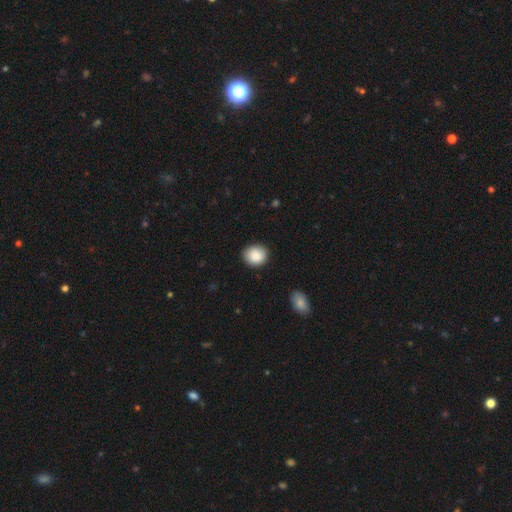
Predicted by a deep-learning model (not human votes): Smooth or featured? Predicted: smooth (p=0.88). How rounded? Predicted: round (p=0.70). Merging? Predicted: none (p=0.87).